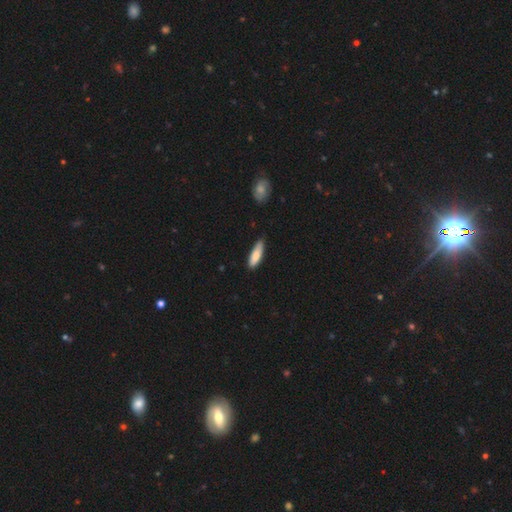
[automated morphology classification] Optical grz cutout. It shows a smooth galaxy with no disk features (84%) that is cigar-shaped (59%). Merging: none (77%).